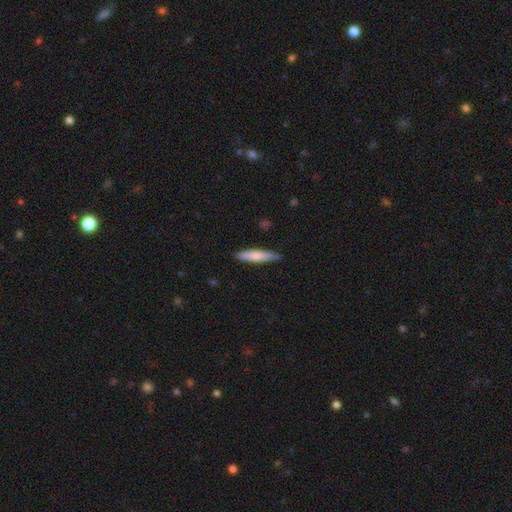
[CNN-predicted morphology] Smooth or featured?
  - smooth: 73% *
  - featured or disk: 21%
  - star or artifact: 5%
How rounded?
  - cigar-shaped: 87% *
  - in between: 12%
  - round: 1%
Merging?
  - none: 85% *
  - minor disturbance: 12%
  - major disturbance: 2%
  - merger: 1%